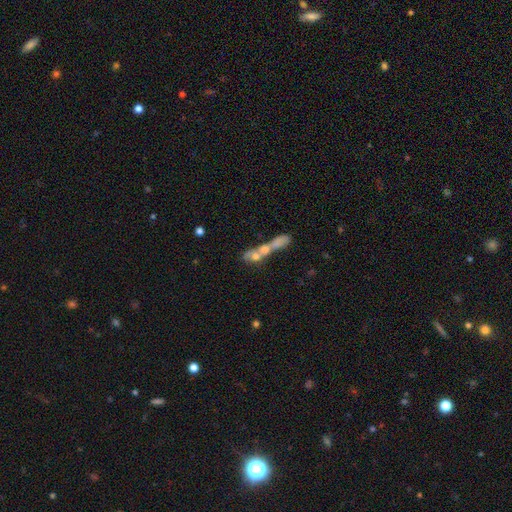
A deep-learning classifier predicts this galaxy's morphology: This appears to be a smooth galaxy with no disk features (47%). Merging: merger (62%).